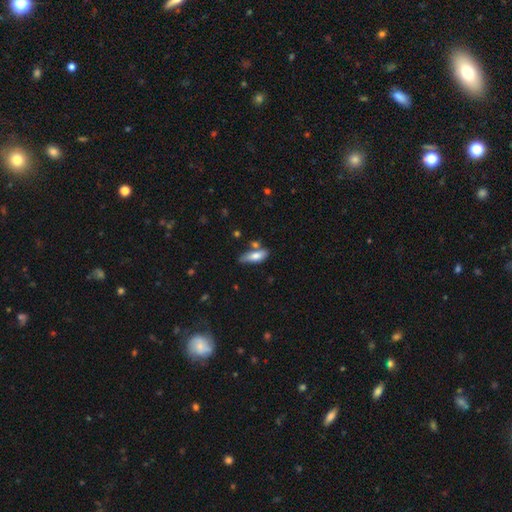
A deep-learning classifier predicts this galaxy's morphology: This appears to be a smooth galaxy with no disk features (71%) that is in between round and cigar-shaped (61%). Merging: none (54%).